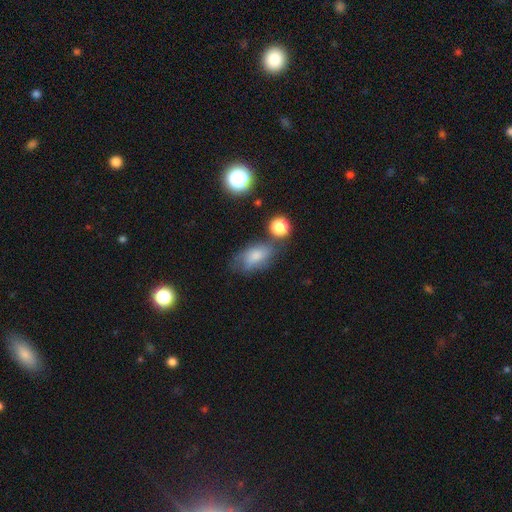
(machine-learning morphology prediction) type=smooth (64%); roundness=in between (86%); merging=none (44%).